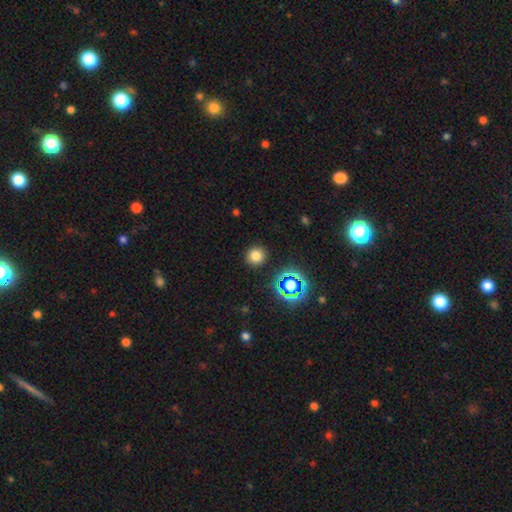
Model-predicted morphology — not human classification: This appears to be a smooth galaxy with no disk features (76%) that is round (91%). Merging: none (90%).